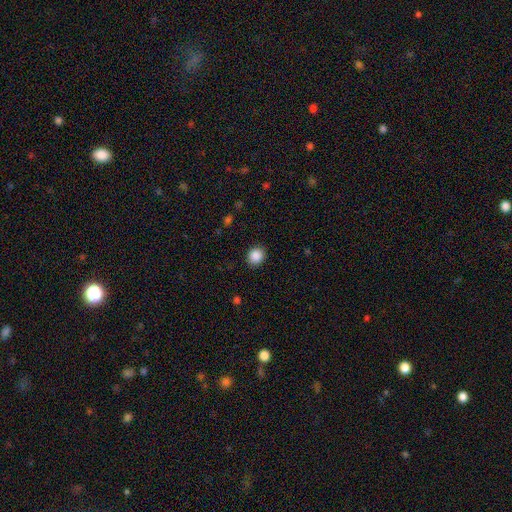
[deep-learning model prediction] The model was most divided on "how rounded": round: 74%, in between: 25%, cigar-shaped: 1%. More confident: merging — none (89%); smooth or featured — smooth (88%).